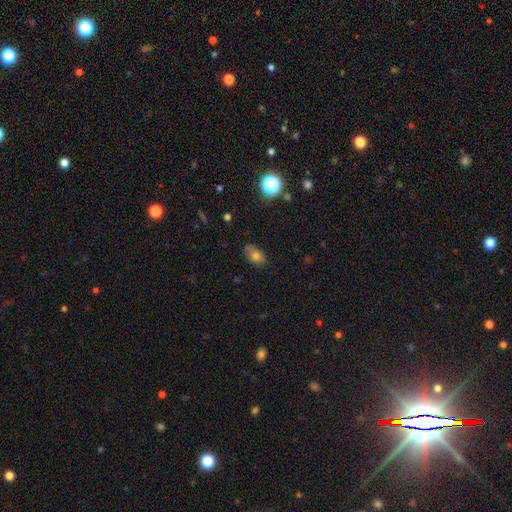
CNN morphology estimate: smooth 73%, featured or disk 14%, star or artifact 13%. Down the decision tree: how rounded — in between (84%); merging — none (71%).